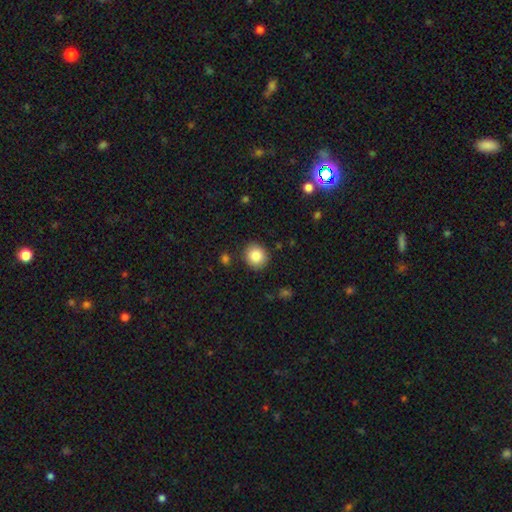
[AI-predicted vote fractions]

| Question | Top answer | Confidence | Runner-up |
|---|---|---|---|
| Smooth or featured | smooth | 85% | star or artifact (9%) |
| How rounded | round | 84% | in between (15%) |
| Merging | none | 88% | minor disturbance (8%) |